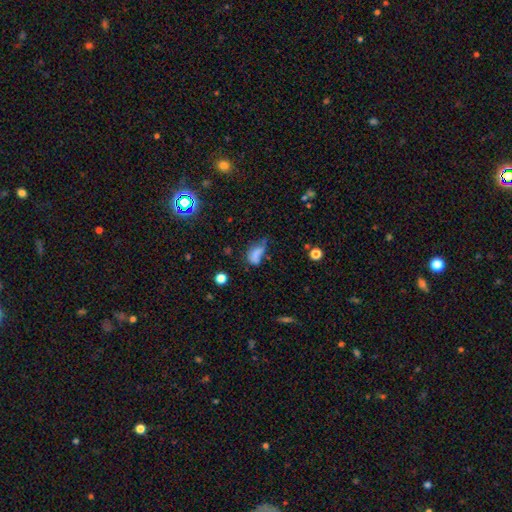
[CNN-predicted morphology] Q: Smooth or featured?
A: smooth (69%); runner-up: featured or disk (17%)
Q: How rounded?
A: in between (85%); runner-up: round (9%)
Q: Merging?
A: major disturbance (32%); tied with: minor disturbance (32%)